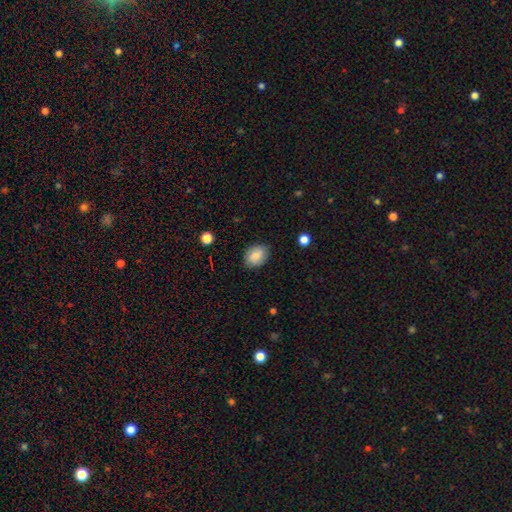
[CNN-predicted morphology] A smooth galaxy with no disk features (83%) that is in between round and cigar-shaped (68%).

Vote fractions:
- Smooth or featured? smooth: 83% / featured or disk: 9% / star or artifact: 8%
- How rounded? in between: 68% / round: 31% / cigar-shaped: 1%
- Merging? none: 83% / minor disturbance: 13% / major disturbance: 3% / merger: 1%